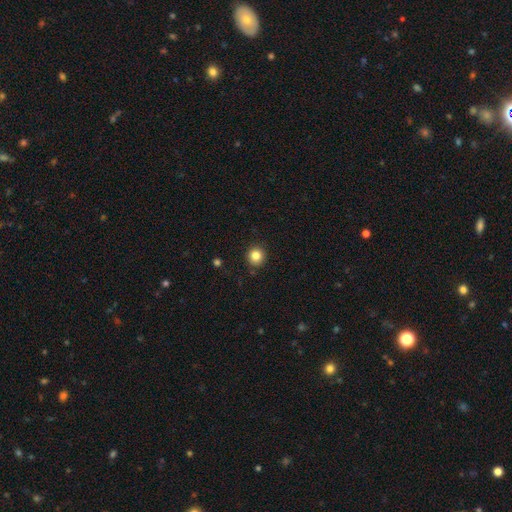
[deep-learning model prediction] Morphology: type=smooth (84%); roundness=round (93%); merging=none (90%).